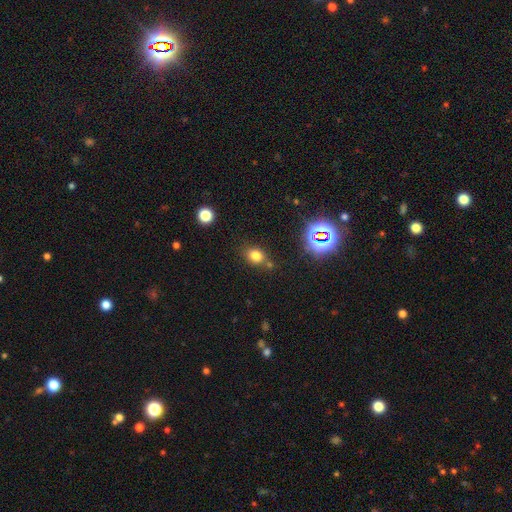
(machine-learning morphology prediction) Smooth or featured?
  - smooth: 74% *
  - star or artifact: 18%
  - featured or disk: 8%
How rounded?
  - round: 53% *
  - in between: 45%
  - cigar-shaped: 1%
Merging?
  - none: 72% *
  - minor disturbance: 14%
  - merger: 9%
  - major disturbance: 4%